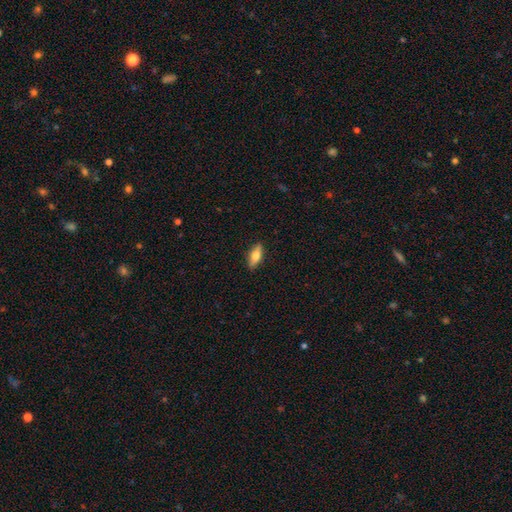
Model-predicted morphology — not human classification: smooth-or-featured: smooth: 67% | featured or disk: 27% | star or artifact: 6%
  how-rounded: in between: 70% | cigar-shaped: 27% | round: 3%
  merging: none: 89% | minor disturbance: 9% | major disturbance: 2% | merger: 1%